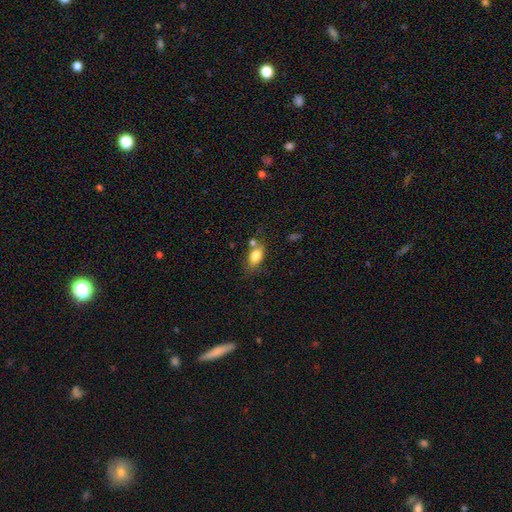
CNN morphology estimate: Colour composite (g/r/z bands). It shows a smooth galaxy with no disk features (80%) that is in between round and cigar-shaped (83%). Merging: none (58%).